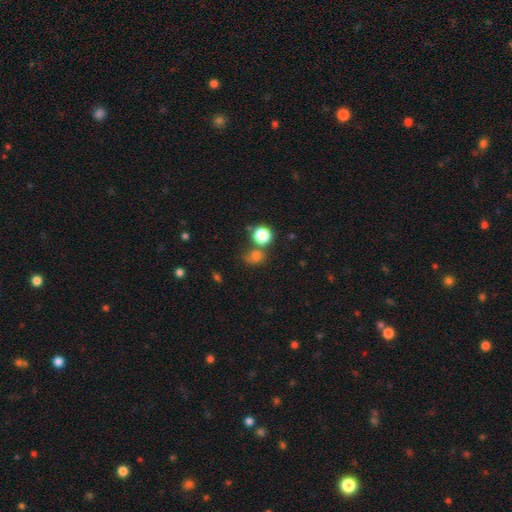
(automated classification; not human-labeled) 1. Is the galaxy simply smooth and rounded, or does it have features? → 73% smooth, 20% star or artifact, 8% featured or disk.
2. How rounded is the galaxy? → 71% round, 27% in between, 1% cigar-shaped.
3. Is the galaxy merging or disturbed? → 54% none, 23% merger, 15% minor disturbance, 8% major disturbance.